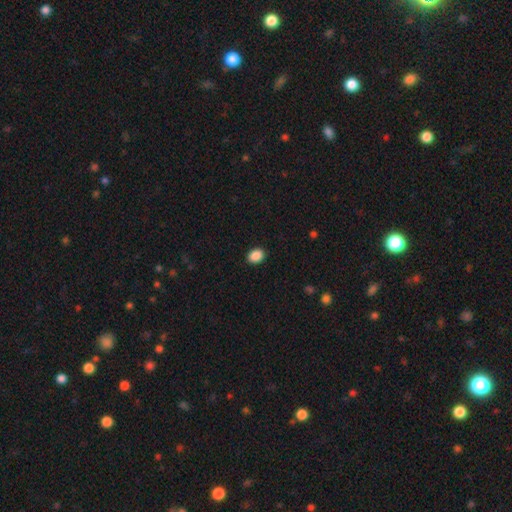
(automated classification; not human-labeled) Smooth or featured: smooth — 89% (star or artifact — 8%)
How rounded: in between — 69% (round — 30%)
Merging: none — 91% (minor disturbance — 6%)